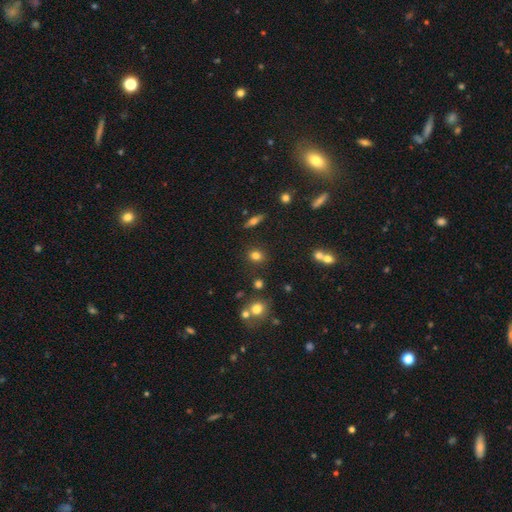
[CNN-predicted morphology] smooth 77%, star or artifact 14%, featured or disk 9%. Down the decision tree: how rounded — round (73%); merging — none (84%).